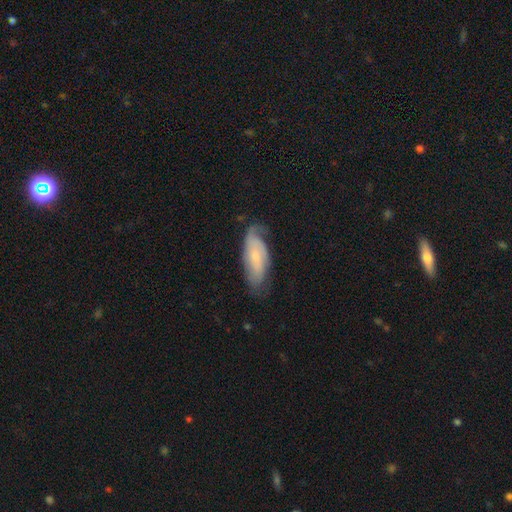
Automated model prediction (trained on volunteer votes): Morphology: type=featured or disk (59%); edge-on=no (88%); bar=no (62%); spiral arms=yes (88%); bulge=small (58%); merging=none (60%).